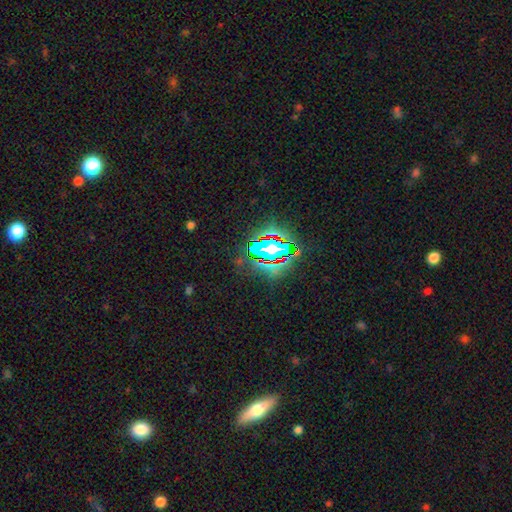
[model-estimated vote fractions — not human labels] A star or artifact, not a galaxy (78%).